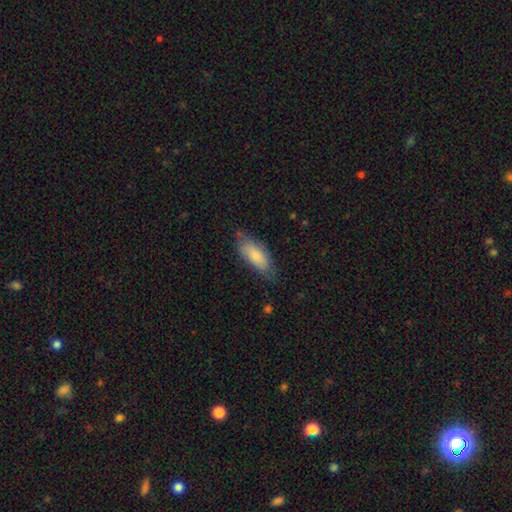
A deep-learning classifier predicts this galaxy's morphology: This is likely a smooth galaxy (79%). How rounded: likely in between (80%). Merging: likely none (68%).